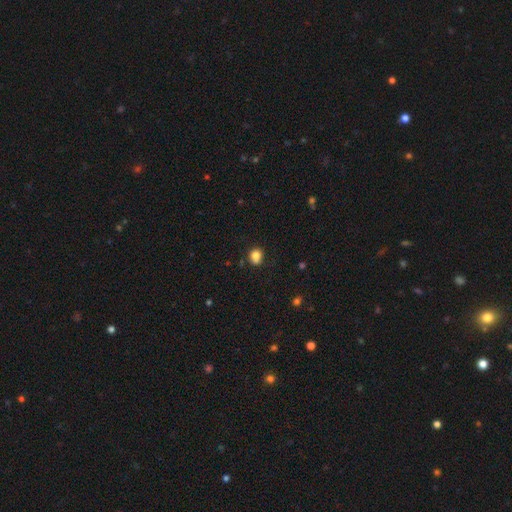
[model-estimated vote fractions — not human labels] This is clearly a smooth galaxy (82%). How rounded: likely round (68%). Merging: likely none (68%).